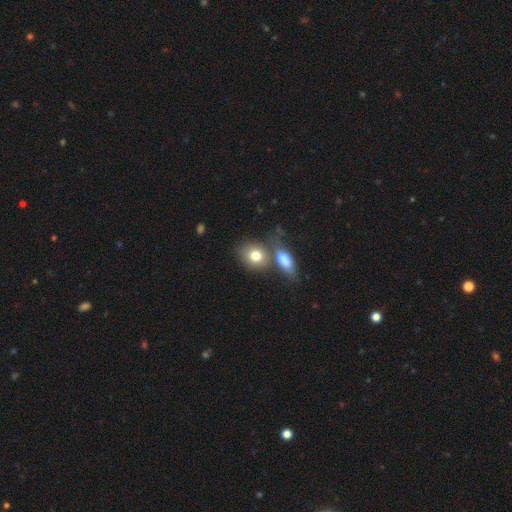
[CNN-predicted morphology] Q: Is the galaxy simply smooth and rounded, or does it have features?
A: smooth — 78%.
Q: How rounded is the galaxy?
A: round — 52%.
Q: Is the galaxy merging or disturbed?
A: none — 47%.